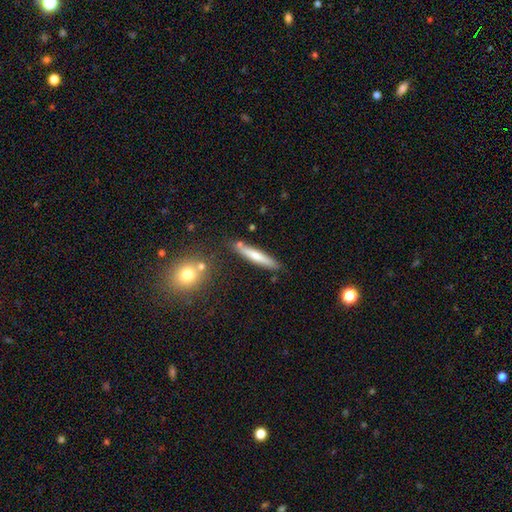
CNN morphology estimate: smooth 62%, featured or disk 32%, star or artifact 6%. Down the decision tree: how rounded — cigar-shaped (93%); merging — none (81%).